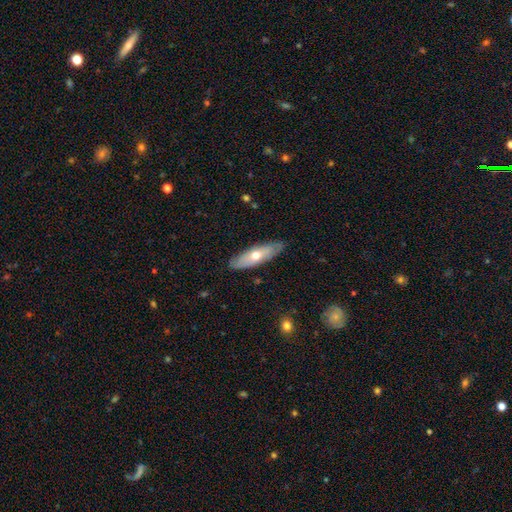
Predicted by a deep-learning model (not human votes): Overall: smooth (49%; featured or disk 45%). Merging: none (83%).